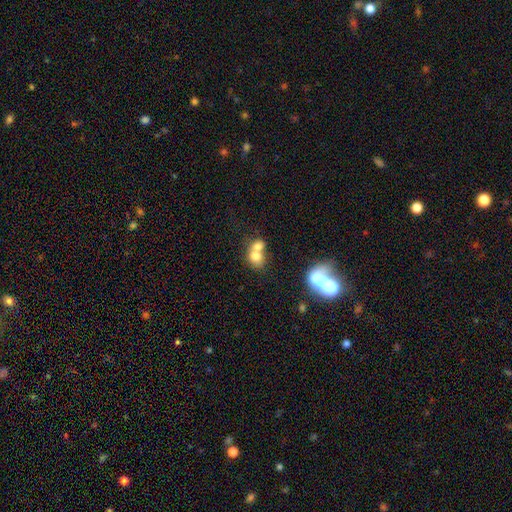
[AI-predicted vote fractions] Smooth or featured? smooth (72%)
How rounded? round (59%)
Merging? merger (66%)